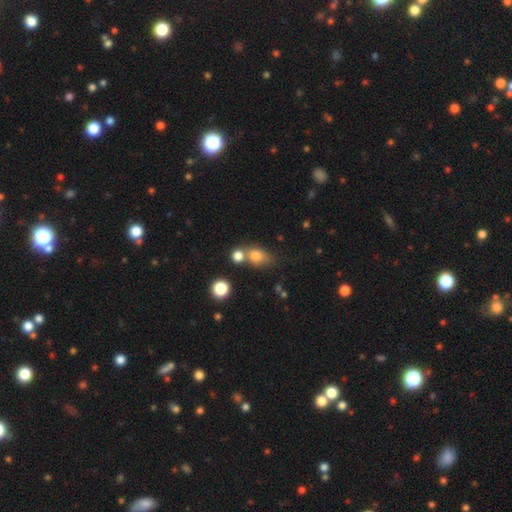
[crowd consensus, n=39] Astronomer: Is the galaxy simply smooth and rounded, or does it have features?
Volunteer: smooth — 74%.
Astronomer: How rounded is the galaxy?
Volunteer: round — 52% (runner-up: in between, 48%).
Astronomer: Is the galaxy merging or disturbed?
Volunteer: none — 43% (runner-up: merger, 31%).